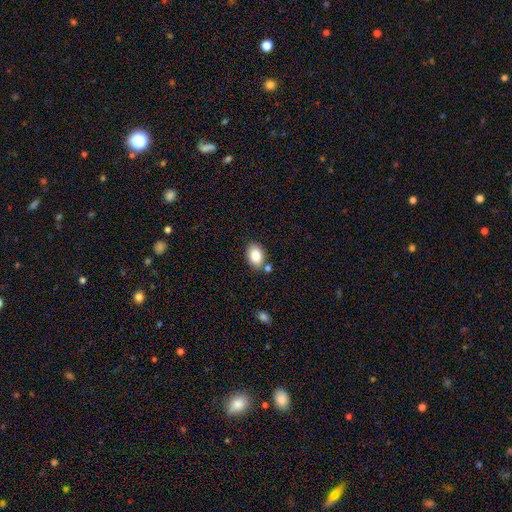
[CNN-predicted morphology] Smooth or featured? Predicted: smooth (p=0.85). How rounded? Predicted: in between (p=0.85). Merging? Predicted: none (p=0.75).